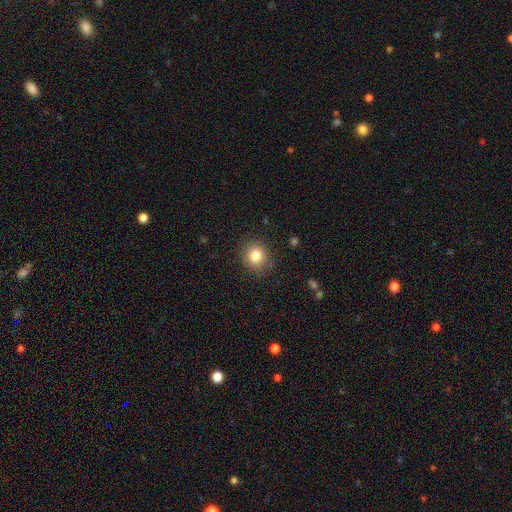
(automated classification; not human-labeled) smooth 81%, star or artifact 11%, featured or disk 7%. Down the decision tree: how rounded — round (87%); merging — none (88%).